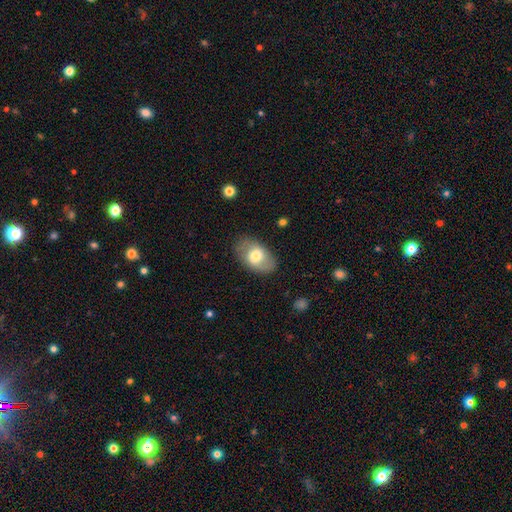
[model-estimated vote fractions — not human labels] The model was most divided on "smooth or featured": smooth: 64%, featured or disk: 29%, star or artifact: 7%. More confident: how rounded — in between (88%); merging — none (81%).